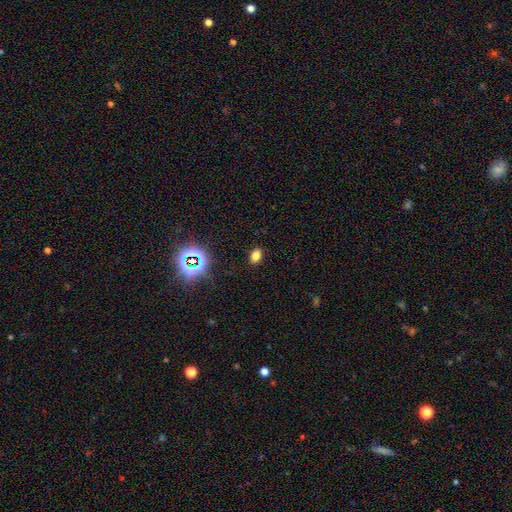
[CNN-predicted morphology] A smooth galaxy with no disk features (74%) that is in between round and cigar-shaped (81%). Merging: none (87%).